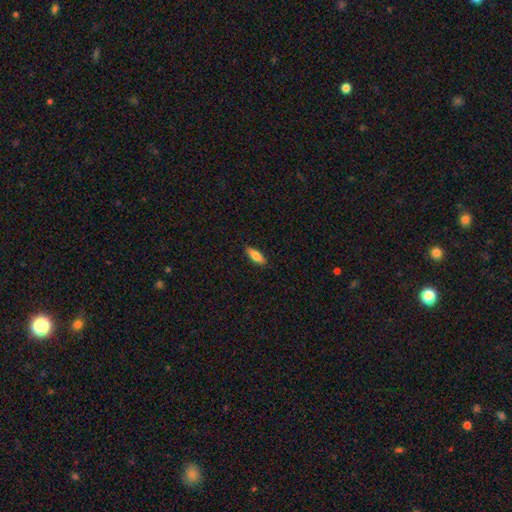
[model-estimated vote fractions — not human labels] Smooth or featured? Predicted: smooth (p=0.77). How rounded? Predicted: in between (p=0.63). Merging? Predicted: none (p=0.89).